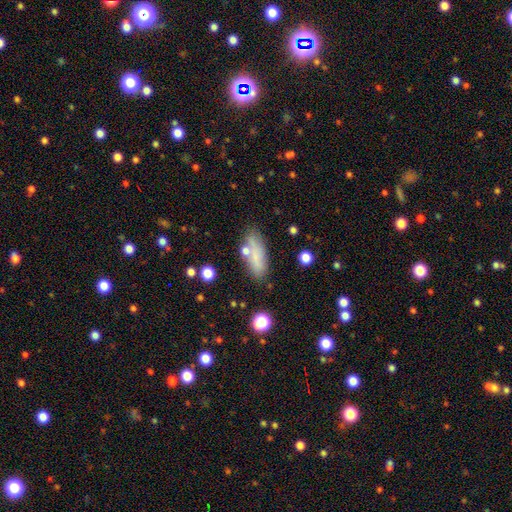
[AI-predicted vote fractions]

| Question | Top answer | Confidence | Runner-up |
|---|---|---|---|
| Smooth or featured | smooth | 73% | featured or disk (17%) |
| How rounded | in between | 66% | cigar-shaped (30%) |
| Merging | none | 71% | minor disturbance (16%) |